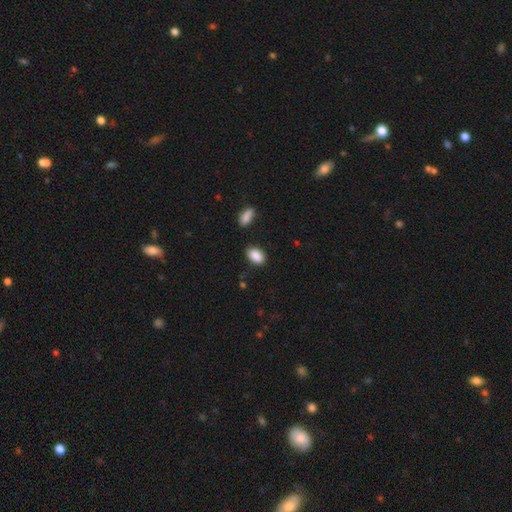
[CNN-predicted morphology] Smooth or featured?
  - smooth: 89% *
  - star or artifact: 7%
  - featured or disk: 4%
How rounded?
  - in between: 90% *
  - round: 8%
  - cigar-shaped: 2%
Merging?
  - none: 82% *
  - minor disturbance: 12%
  - merger: 3%
  - major disturbance: 3%